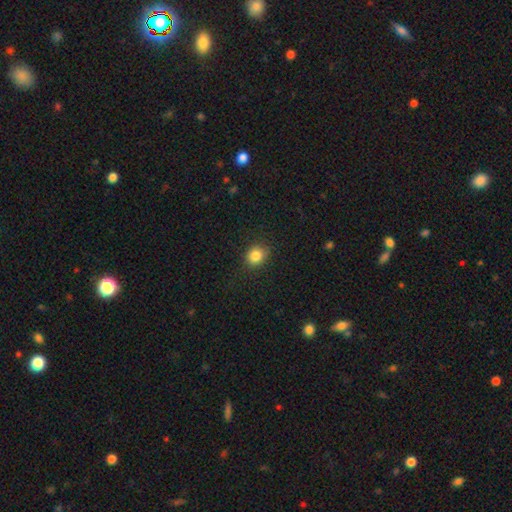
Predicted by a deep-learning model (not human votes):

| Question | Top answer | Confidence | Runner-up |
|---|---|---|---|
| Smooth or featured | smooth | 84% | star or artifact (11%) |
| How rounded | round | 72% | in between (27%) |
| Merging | none | 86% | minor disturbance (10%) |